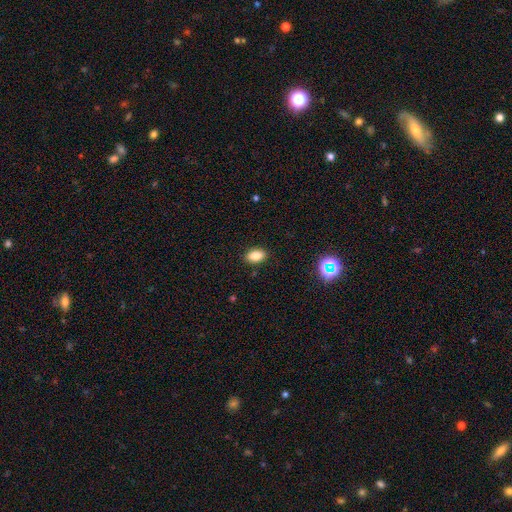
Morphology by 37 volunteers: Overall: smooth (84%). How rounded: in between (97%). Merging: none (94%).